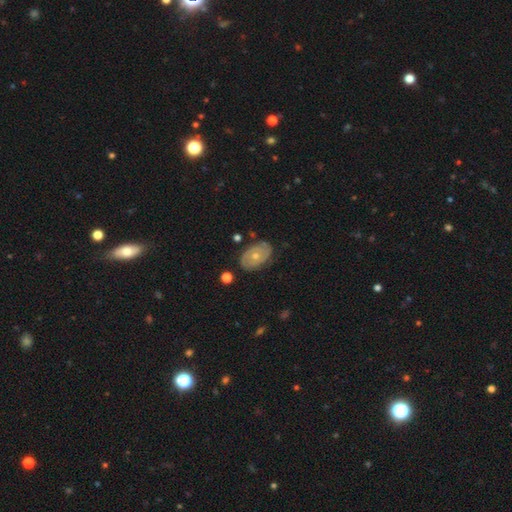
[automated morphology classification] The model was most divided on "bulge size": moderate: 51%, small: 46%, large: 1%, none: 1%, dominant: 1%. More confident: edge-on disk — no (95%); bar — no (84%); merging — none (80%); smooth or featured — featured or disk (66%); spiral arms — yes (64%).